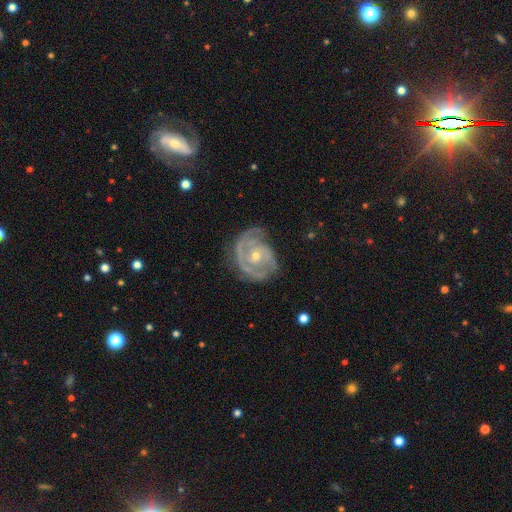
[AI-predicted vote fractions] This is clearly a featured or disk galaxy (85%). It is clearly not viewed edge-on (97%). Bar: likely no (71%). Spiral arm pattern: clearly yes (91%). Spiral arm count: marginally 2 (43%). Spiral winding: likely tight (64%). Central bulge: possibly small (59%). Merging: possibly none (59%).